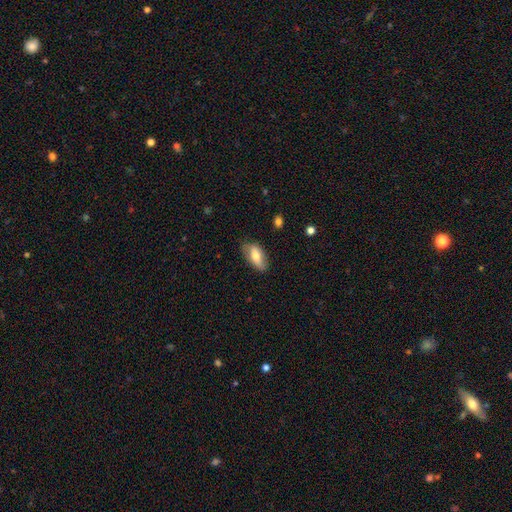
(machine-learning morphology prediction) smooth 63%, featured or disk 30%, star or artifact 6%. Down the decision tree: how rounded — in between (87%); merging — none (72%).